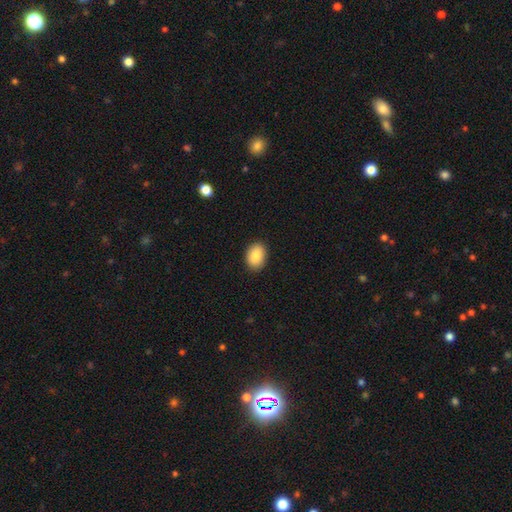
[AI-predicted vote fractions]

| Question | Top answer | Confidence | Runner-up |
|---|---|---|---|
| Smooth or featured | smooth | 87% | star or artifact (7%) |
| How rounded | in between | 79% | round (20%) |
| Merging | none | 89% | minor disturbance (8%) |